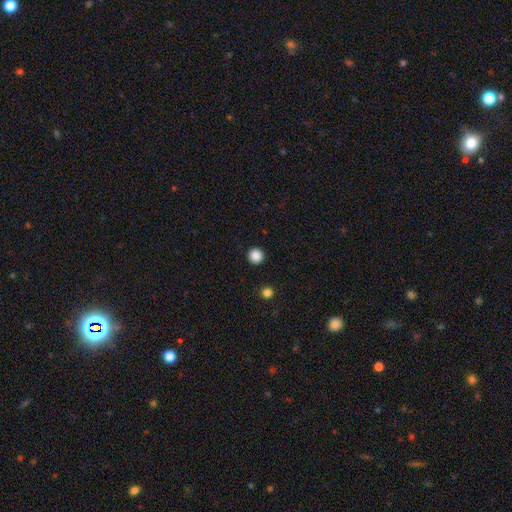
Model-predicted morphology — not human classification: Overall: smooth (87%). How rounded: round (96%). Merging: none (94%).